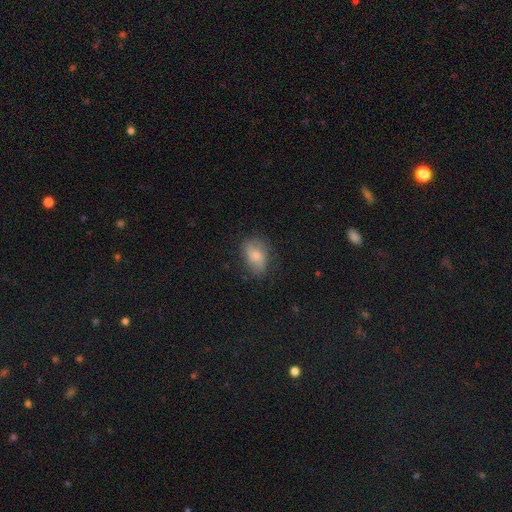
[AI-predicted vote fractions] Q: Smooth or featured?
A: smooth (64%); runner-up: featured or disk (28%)
Q: How rounded?
A: in between (83%); runner-up: round (15%)
Q: Merging?
A: none (67%); runner-up: minor disturbance (23%)